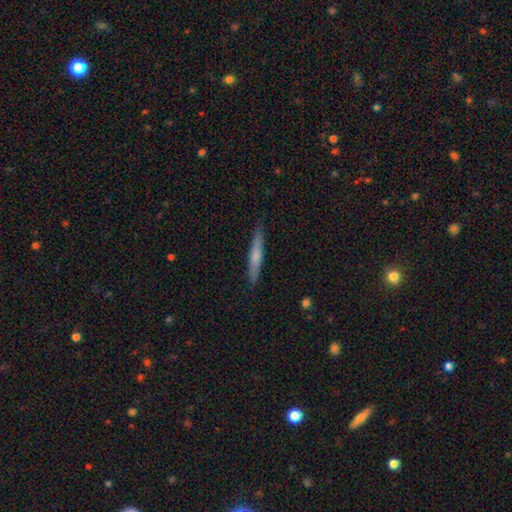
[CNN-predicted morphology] Overall: smooth (59%; featured or disk 35%). How rounded: cigar-shaped (94%). Merging: none (89%).